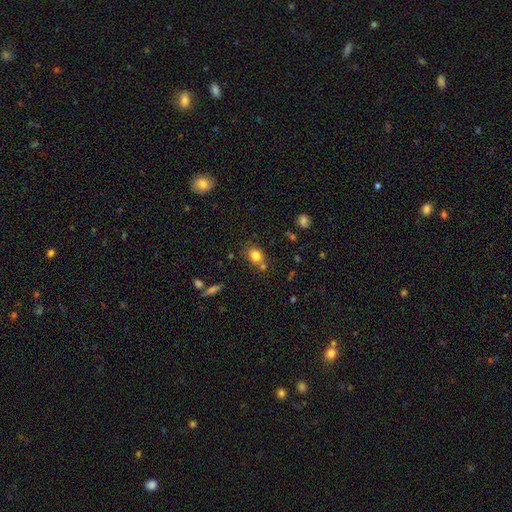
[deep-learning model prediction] Smooth or featured?
  - smooth: 80% *
  - star or artifact: 12%
  - featured or disk: 8%
How rounded?
  - round: 55% *
  - in between: 44%
  - cigar-shaped: 1%
Merging?
  - none: 63% *
  - merger: 20%
  - minor disturbance: 13%
  - major disturbance: 4%